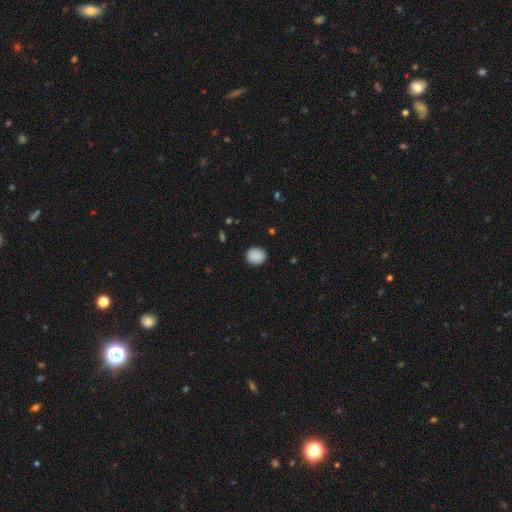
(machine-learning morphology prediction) The model was most divided on "how rounded": round: 74%, in between: 25%, cigar-shaped: 1%. More confident: smooth or featured — smooth (89%); merging — none (88%).